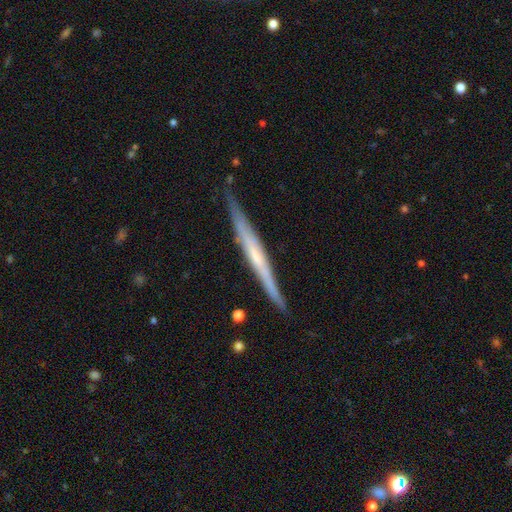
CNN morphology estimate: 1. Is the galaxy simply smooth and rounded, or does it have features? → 64% featured or disk, 31% smooth, 5% star or artifact.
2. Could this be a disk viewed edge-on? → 96% yes, 4% no.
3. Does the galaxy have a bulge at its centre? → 59% none, 30% rounded, 10% boxy.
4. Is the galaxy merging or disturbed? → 84% none, 12% minor disturbance, 2% major disturbance, 2% merger.